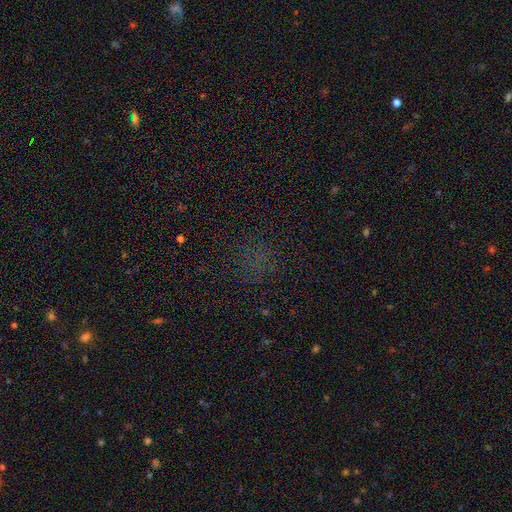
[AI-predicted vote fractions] A star or artifact, not a galaxy (54%).

Vote fractions:
- Smooth or featured? star or artifact: 54% / smooth: 37% / featured or disk: 9%